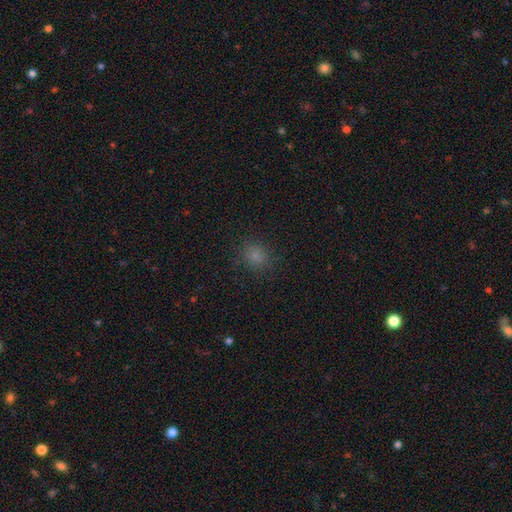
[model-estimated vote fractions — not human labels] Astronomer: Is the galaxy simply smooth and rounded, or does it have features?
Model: smooth — 79%.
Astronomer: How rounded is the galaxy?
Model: round — 77%.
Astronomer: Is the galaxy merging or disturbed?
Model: none — 85%.